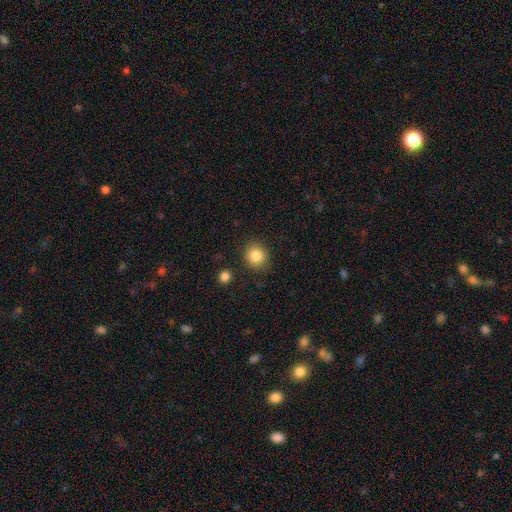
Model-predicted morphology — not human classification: This appears to be a smooth galaxy with no disk features (85%) that is round (84%). Merging: none (87%).